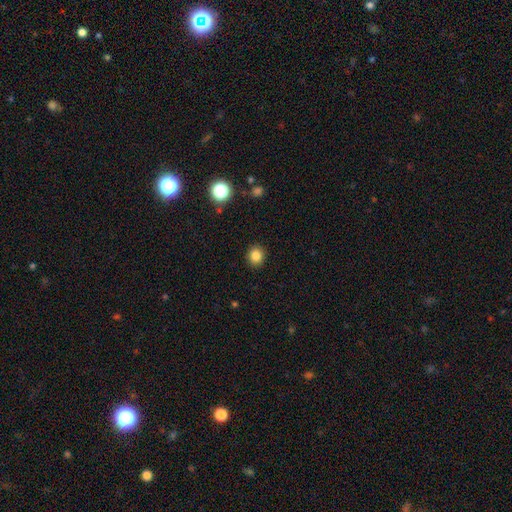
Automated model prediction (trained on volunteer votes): Smooth or featured? smooth (84%)
How rounded? round (80%)
Merging? none (91%)